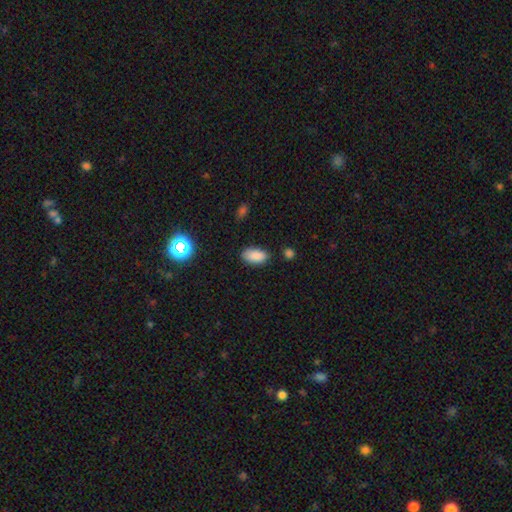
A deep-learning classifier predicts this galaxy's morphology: type=smooth (87%); roundness=in between (93%); merging=none (81%).